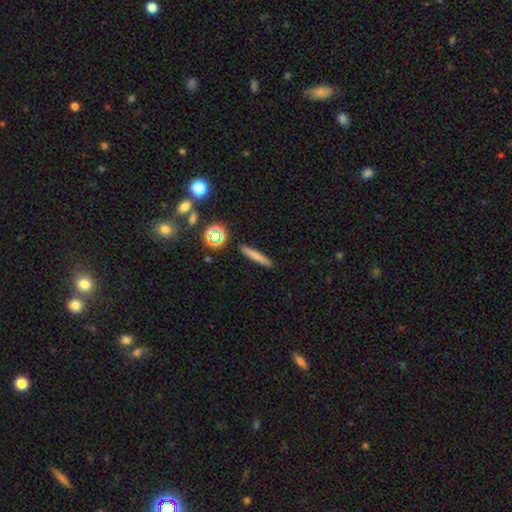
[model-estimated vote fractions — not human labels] The model was most divided on "smooth or featured": smooth: 72%, featured or disk: 16%, star or artifact: 11%. More confident: how rounded — cigar-shaped (92%); merging — none (90%).